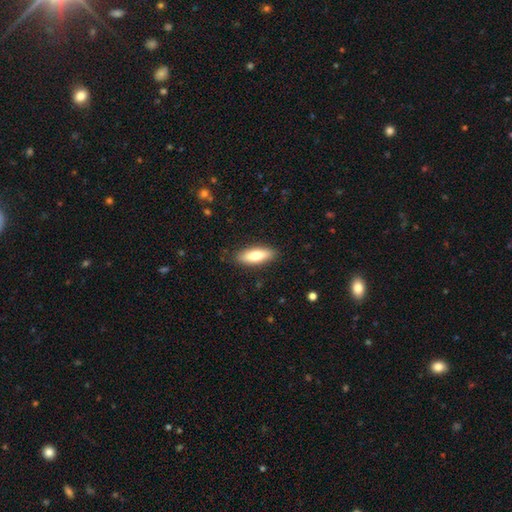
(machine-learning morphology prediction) This appears to be a smooth galaxy with no disk features (77%) that is in between round and cigar-shaped (64%). Merging: none (87%).